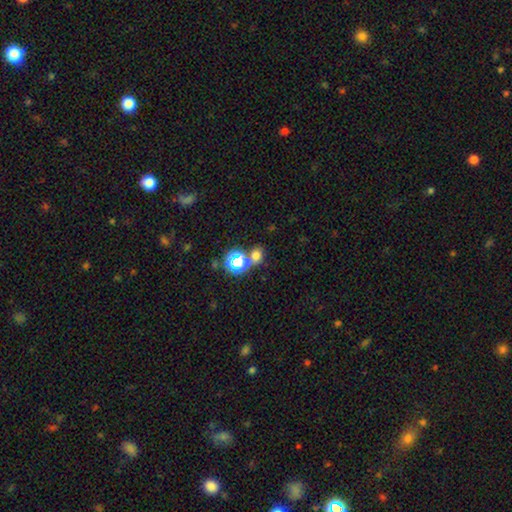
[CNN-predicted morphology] The model was most divided on "smooth or featured": smooth: 63%, star or artifact: 30%, featured or disk: 7%. More confident: how rounded — round (71%); merging — none (65%).